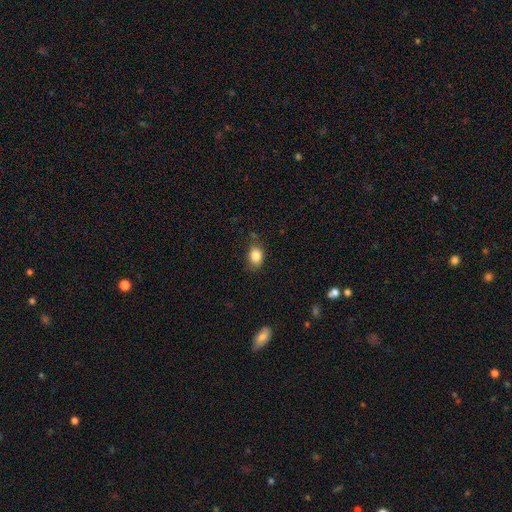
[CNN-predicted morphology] type=smooth (85%); roundness=in between (70%); merging=none (71%).